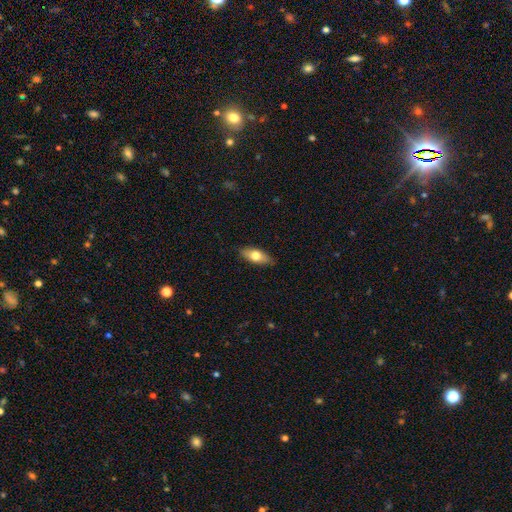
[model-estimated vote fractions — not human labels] Overall: smooth (65%; featured or disk 29%). How rounded: in between (76%). Merging: none (86%).